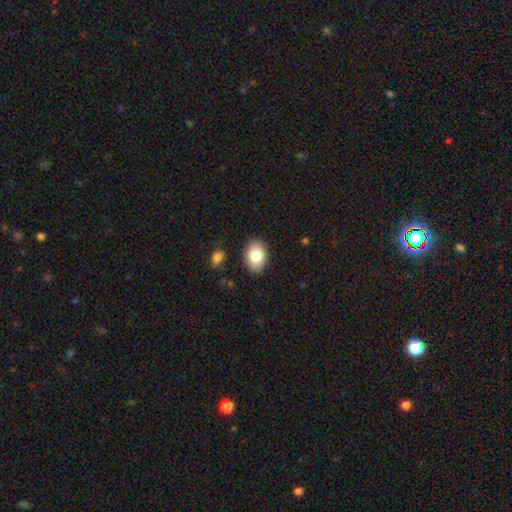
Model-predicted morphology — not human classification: smooth 84%, featured or disk 9%, star or artifact 7%. Down the decision tree: how rounded — in between (83%); merging — none (87%).